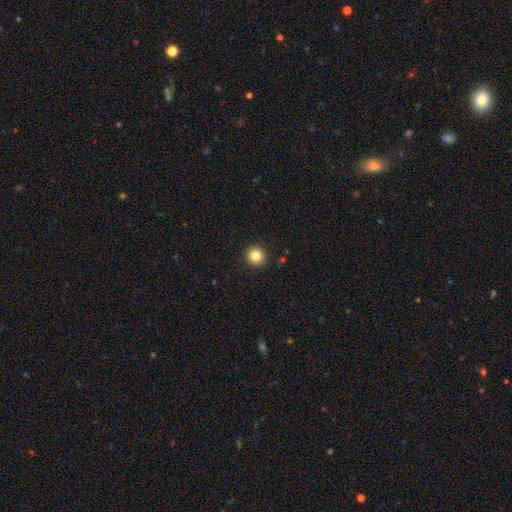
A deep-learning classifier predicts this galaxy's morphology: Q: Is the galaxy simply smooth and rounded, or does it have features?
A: smooth — 83%.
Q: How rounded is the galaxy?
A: round — 93%.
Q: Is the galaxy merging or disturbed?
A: none — 92%.